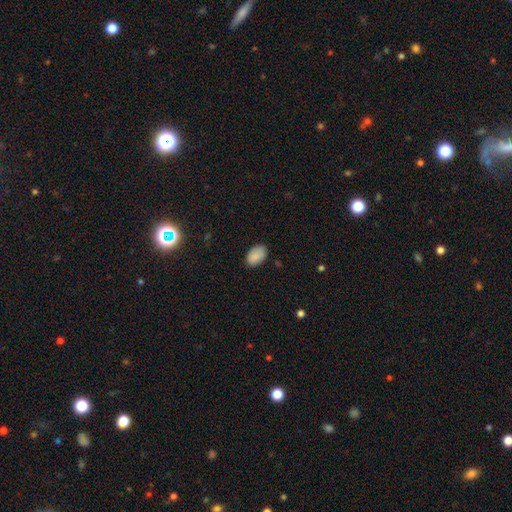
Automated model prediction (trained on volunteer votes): smooth 87%, star or artifact 8%, featured or disk 4%. Down the decision tree: how rounded — in between (89%); merging — none (82%).